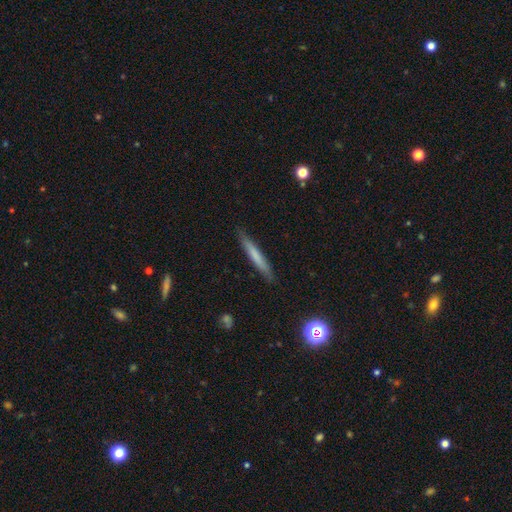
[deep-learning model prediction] Q: Smooth or featured?
A: smooth (66%); runner-up: featured or disk (27%)
Q: How rounded?
A: cigar-shaped (95%); runner-up: in between (3%)
Q: Merging?
A: none (87%); runner-up: minor disturbance (10%)